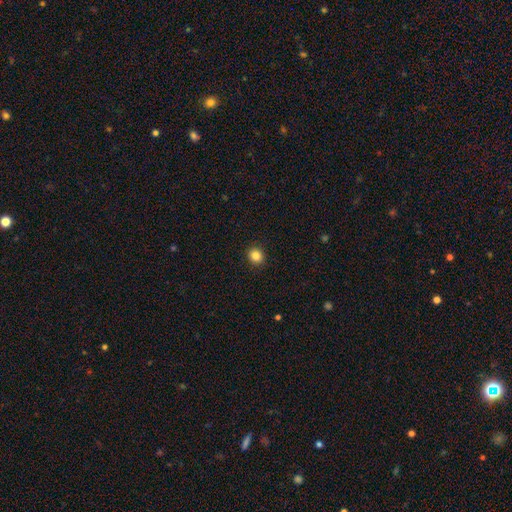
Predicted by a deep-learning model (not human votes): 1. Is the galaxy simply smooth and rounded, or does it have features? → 84% smooth, 11% star or artifact, 5% featured or disk.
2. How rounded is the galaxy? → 79% round, 20% in between, 1% cigar-shaped.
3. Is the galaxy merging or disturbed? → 92% none, 5% minor disturbance, 2% major disturbance, 1% merger.